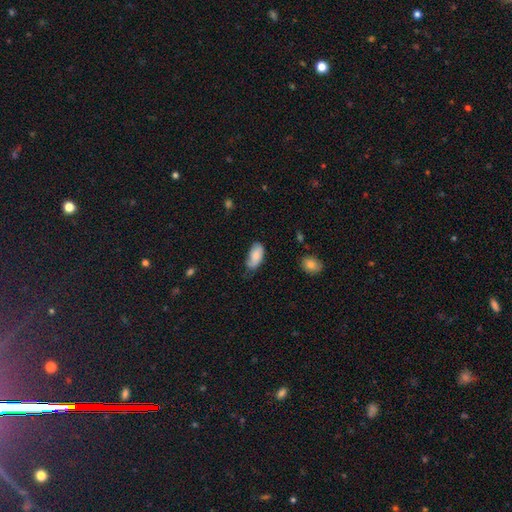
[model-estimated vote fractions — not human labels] smooth_or_featured: smooth (p=0.83) [alt: featured or disk p=0.11]
how_rounded: in between (p=0.93) [alt: cigar-shaped p=0.04]
merging: none (p=0.52) [alt: minor disturbance p=0.37]